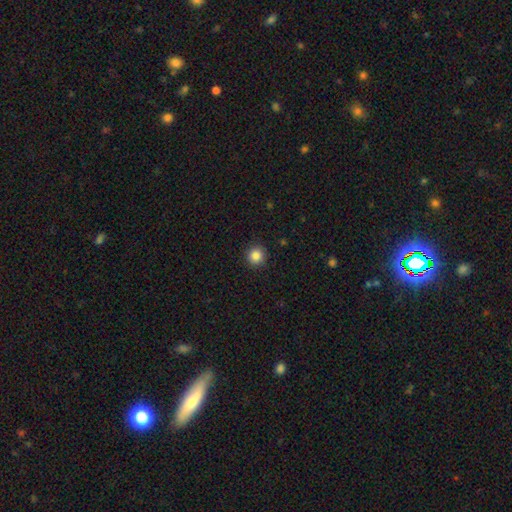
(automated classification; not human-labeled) smooth_or_featured: smooth (p=0.86) [alt: star or artifact p=0.10]
how_rounded: round (p=0.93) [alt: in between p=0.06]
merging: none (p=0.91) [alt: minor disturbance p=0.06]